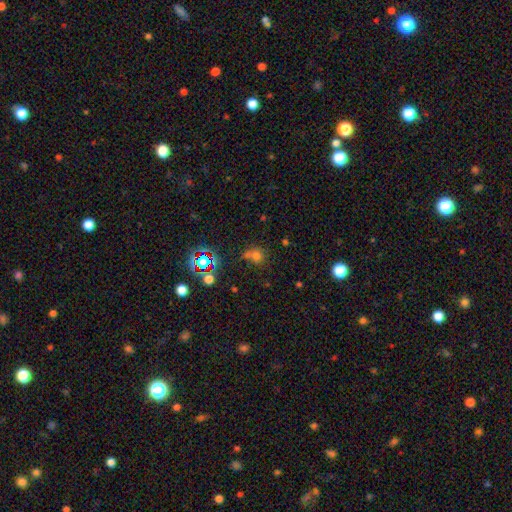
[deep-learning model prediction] smooth_or_featured: smooth (p=0.60) [alt: star or artifact p=0.30]
how_rounded: round (p=0.78) [alt: in between p=0.20]
merging: none (p=0.53) [alt: merger p=0.25]